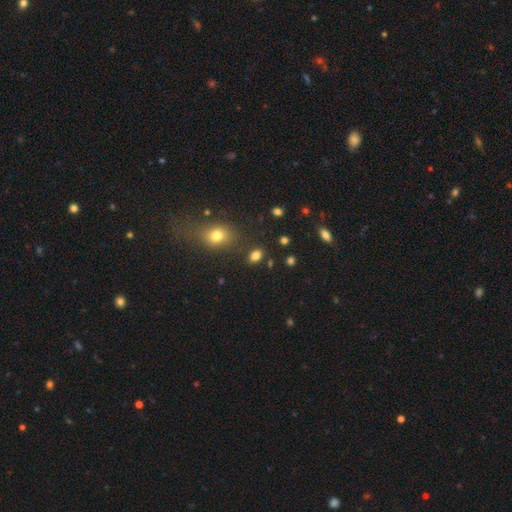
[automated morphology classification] Smooth or featured? Predicted: smooth (p=0.82). How rounded? Predicted: in between (p=0.80). Merging? Predicted: none (p=0.83).